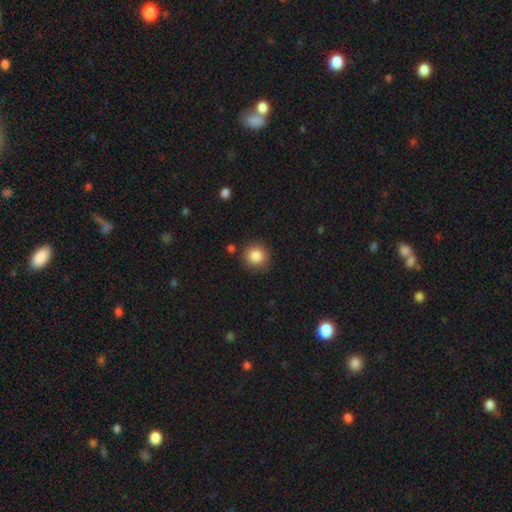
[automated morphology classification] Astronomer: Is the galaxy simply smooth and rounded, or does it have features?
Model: smooth — 86%.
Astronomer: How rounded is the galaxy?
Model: round — 91%.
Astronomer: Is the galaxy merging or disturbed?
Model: none — 87%.